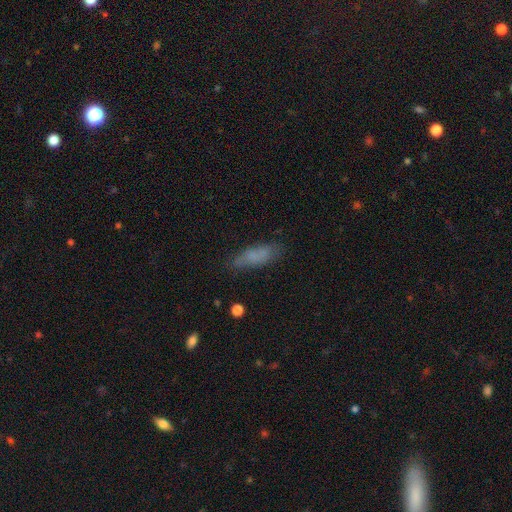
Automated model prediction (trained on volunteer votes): smooth_or_featured: smooth (p=0.71) [alt: featured or disk p=0.19]
how_rounded: in between (p=0.52) [alt: cigar-shaped p=0.46]
merging: none (p=0.69) [alt: minor disturbance p=0.21]